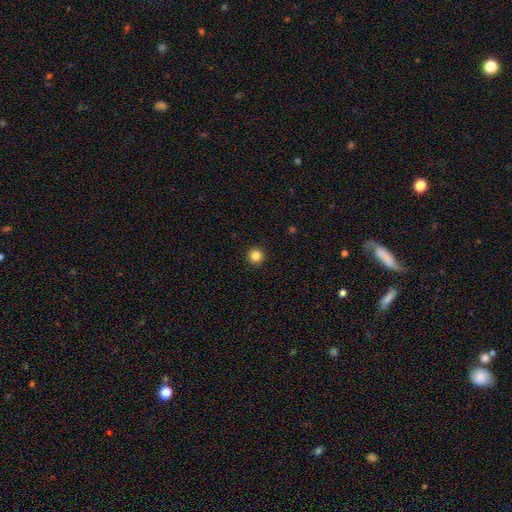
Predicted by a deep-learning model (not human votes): A smooth galaxy with no disk features (84%) that is round (96%).

Vote fractions:
- Smooth or featured? smooth: 84% / star or artifact: 12% / featured or disk: 4%
- How rounded? round: 96% / in between: 3% / cigar-shaped: 1%
- Merging? none: 93% / minor disturbance: 4% / major disturbance: 1% / merger: 1%